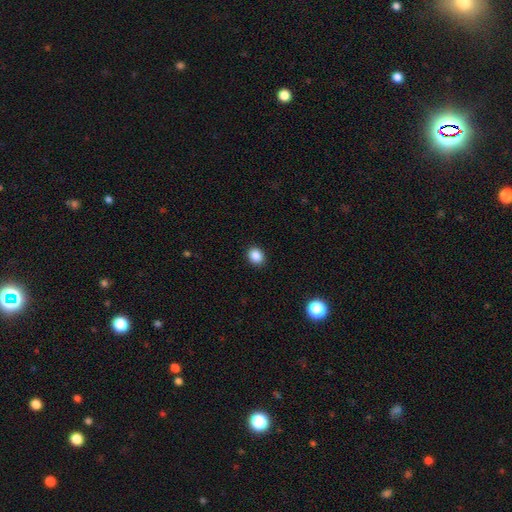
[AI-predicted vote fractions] The model was most divided on "how rounded": round: 54%, in between: 45%, cigar-shaped: 1%. More confident: merging — none (91%); smooth or featured — smooth (87%).